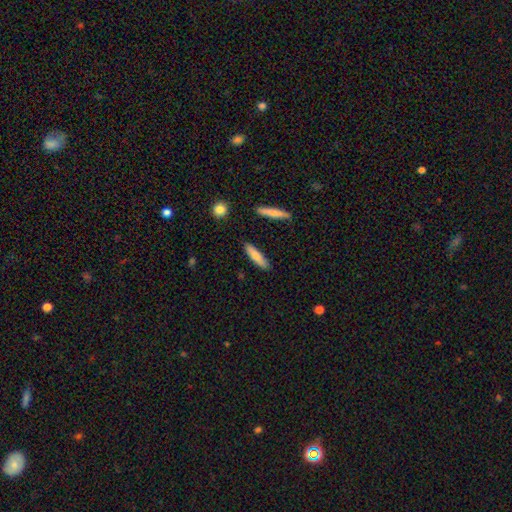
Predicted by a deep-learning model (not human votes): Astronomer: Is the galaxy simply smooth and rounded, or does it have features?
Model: smooth — 72%.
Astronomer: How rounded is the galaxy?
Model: cigar-shaped — 76%.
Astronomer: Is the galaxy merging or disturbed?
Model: none — 87%.